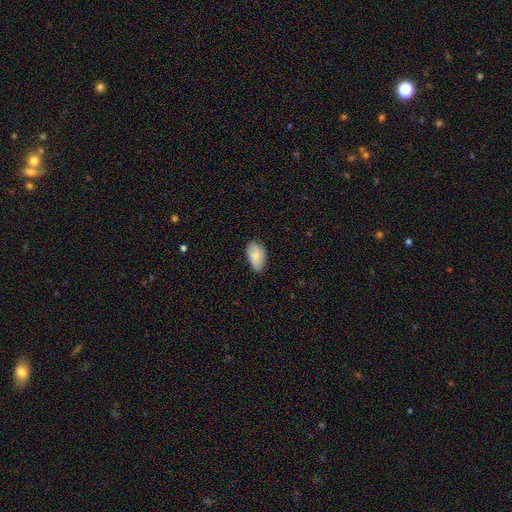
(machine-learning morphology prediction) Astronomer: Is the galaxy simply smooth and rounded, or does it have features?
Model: smooth — 80%.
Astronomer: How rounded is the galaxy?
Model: in between — 94%.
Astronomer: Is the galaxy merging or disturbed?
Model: none — 62%.